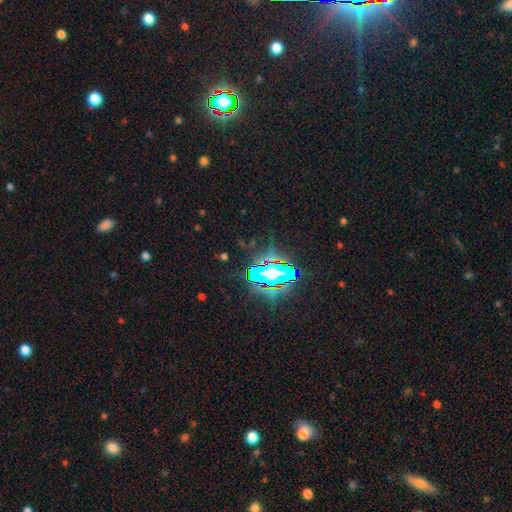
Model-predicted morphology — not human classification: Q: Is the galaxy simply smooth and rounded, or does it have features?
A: star or artifact — 82%.